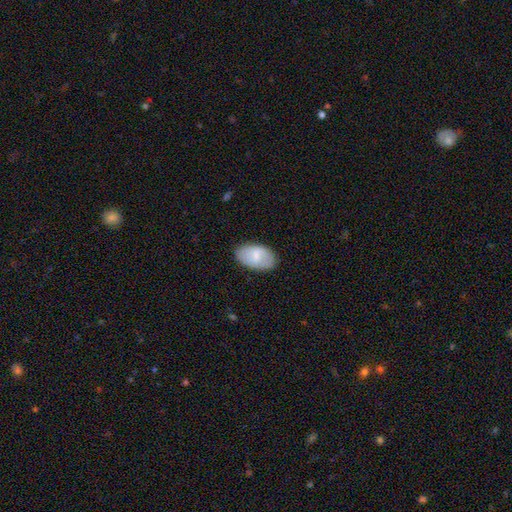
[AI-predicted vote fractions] A smooth galaxy with no disk features (70%) that is in between round and cigar-shaped (94%).

Vote fractions:
- Smooth or featured? smooth: 70% / featured or disk: 24% / star or artifact: 6%
- How rounded? in between: 94% / round: 4% / cigar-shaped: 2%
- Merging? none: 84% / minor disturbance: 12% / major disturbance: 3% / merger: 1%